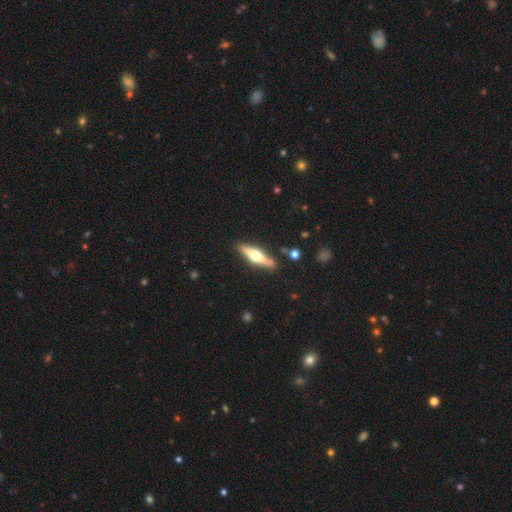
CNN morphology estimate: Smooth or featured? Predicted: featured or disk (p=0.62). Edge-on disk? Predicted: yes (p=0.95). Edge-on bulge? Predicted: rounded (p=0.94). Merging? Predicted: none (p=0.85).